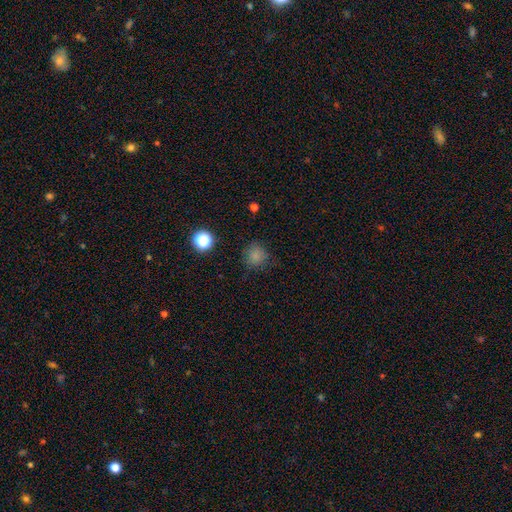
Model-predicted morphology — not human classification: smooth-or-featured: smooth: 78% | star or artifact: 17% | featured or disk: 5%
  how-rounded: round: 89% | in between: 10% | cigar-shaped: 1%
  merging: none: 80% | minor disturbance: 14% | major disturbance: 4% | merger: 2%